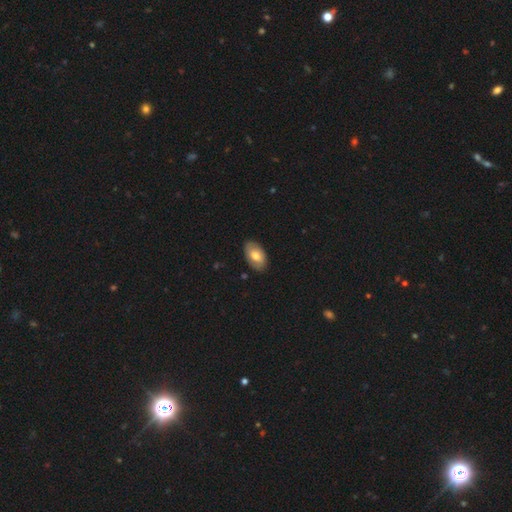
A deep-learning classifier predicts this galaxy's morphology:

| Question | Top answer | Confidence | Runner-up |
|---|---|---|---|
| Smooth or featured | smooth | 61% | featured or disk (33%) |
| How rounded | in between | 93% | round (6%) |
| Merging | none | 84% | minor disturbance (12%) |